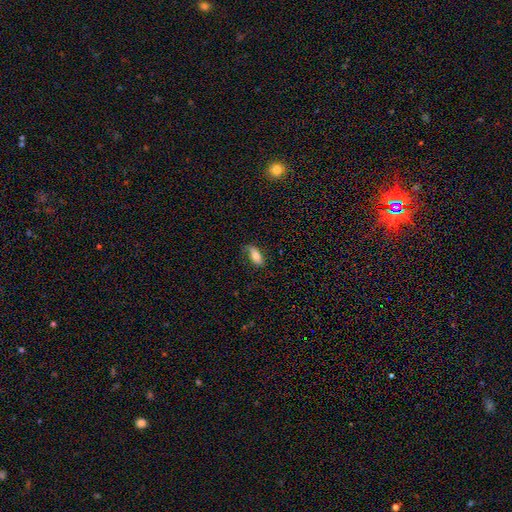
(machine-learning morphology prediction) A smooth galaxy with no disk features (72%) that is in between round and cigar-shaped (83%). Merging: none (66%).